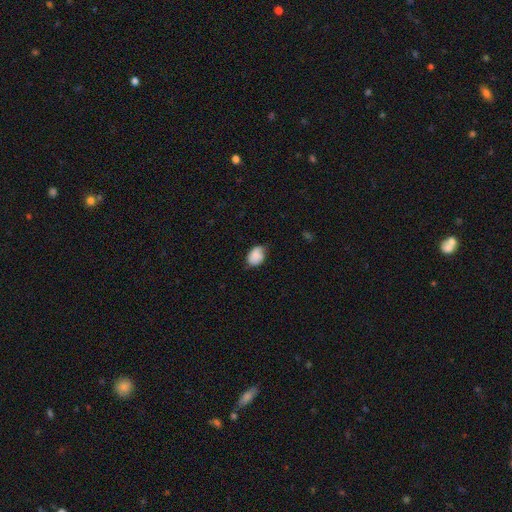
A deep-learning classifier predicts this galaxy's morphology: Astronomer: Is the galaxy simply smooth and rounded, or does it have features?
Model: smooth — 80%.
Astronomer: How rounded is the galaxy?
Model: in between — 77%.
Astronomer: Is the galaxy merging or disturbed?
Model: none — 55% (runner-up: minor disturbance, 35%).